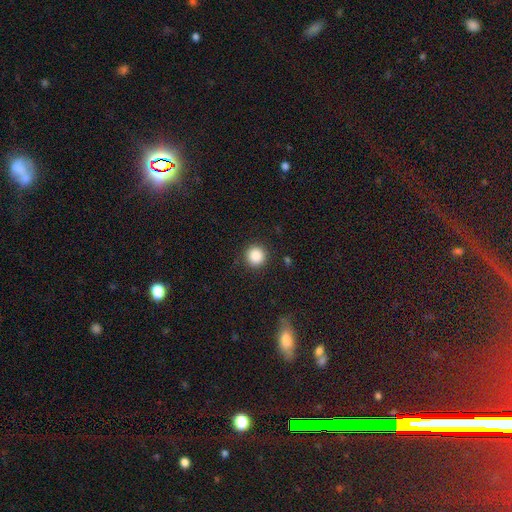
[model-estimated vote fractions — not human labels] A smooth galaxy with no disk features (87%) that is round (94%). Merging: none (89%).